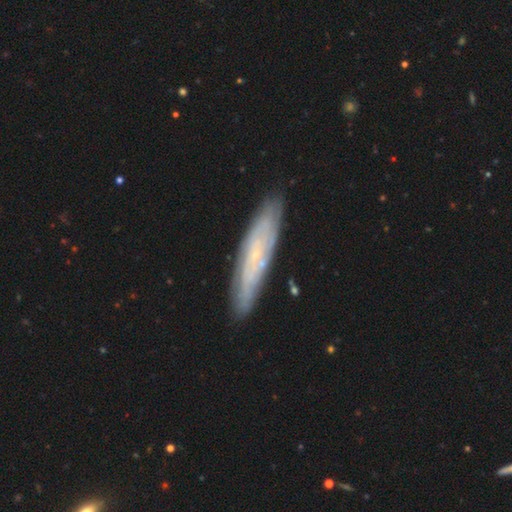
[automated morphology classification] Smooth or featured?
  - featured or disk: 63% *
  - smooth: 30%
  - star or artifact: 7%
Edge-on disk?
  - no: 56% *
  - yes: 44%
Merging?
  - none: 85% *
  - minor disturbance: 11%
  - major disturbance: 2%
  - merger: 2%